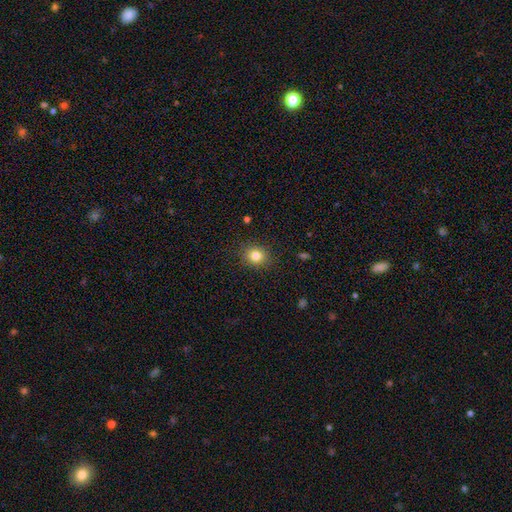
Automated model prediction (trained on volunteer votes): smooth-or-featured: smooth: 83% | star or artifact: 11% | featured or disk: 6%
  how-rounded: round: 73% | in between: 26% | cigar-shaped: 1%
  merging: none: 89% | minor disturbance: 8% | major disturbance: 2% | merger: 1%